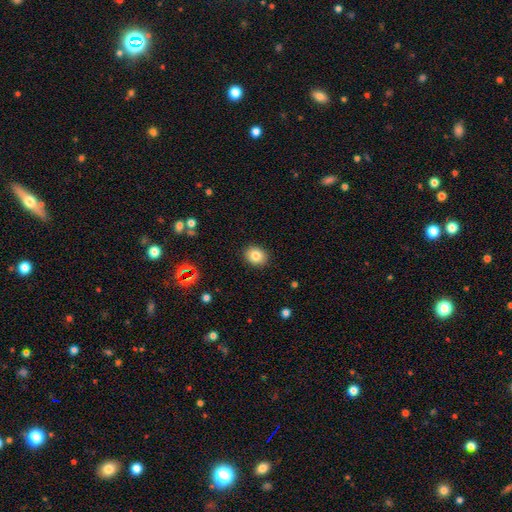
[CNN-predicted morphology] smooth_or_featured: smooth (p=0.83) [alt: star or artifact p=0.10]
how_rounded: round (p=0.54) [alt: in between p=0.45]
merging: none (p=0.90) [alt: minor disturbance p=0.07]